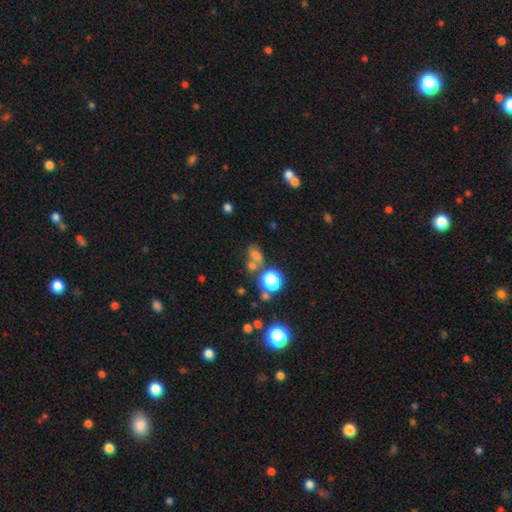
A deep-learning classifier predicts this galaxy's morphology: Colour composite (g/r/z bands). It shows a smooth galaxy with no disk features (63%) that is in between round and cigar-shaped (62%). Merging: none (48%).